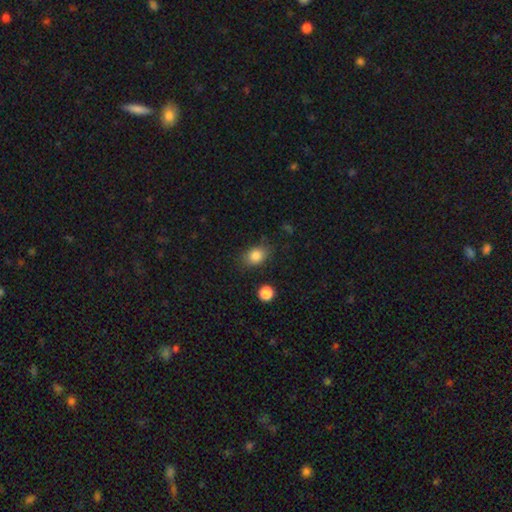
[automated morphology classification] type=smooth (84%); roundness=in between (68%); merging=none (79%).